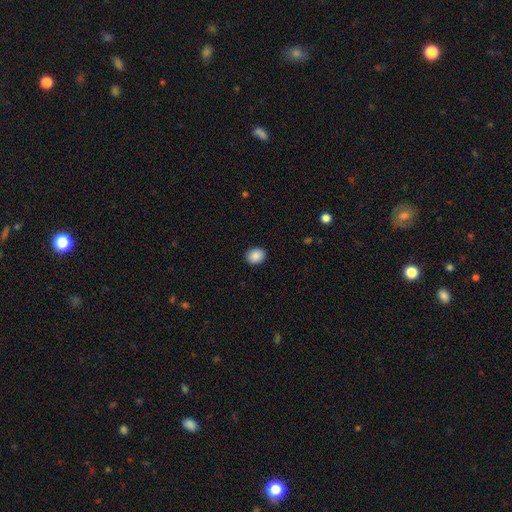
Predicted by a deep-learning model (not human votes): This is clearly a smooth galaxy (88%). How rounded: possibly round (60%). Merging: clearly none (90%).